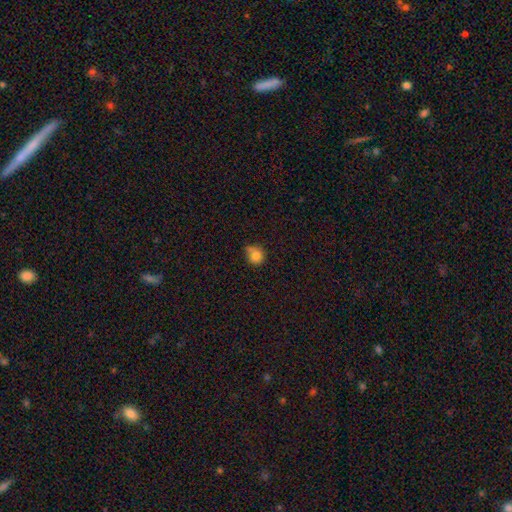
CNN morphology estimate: Smooth or featured?
  - smooth: 80% *
  - star or artifact: 11%
  - featured or disk: 9%
How rounded?
  - round: 85% *
  - in between: 14%
  - cigar-shaped: 1%
Merging?
  - none: 52% *
  - minor disturbance: 24%
  - merger: 17%
  - major disturbance: 7%